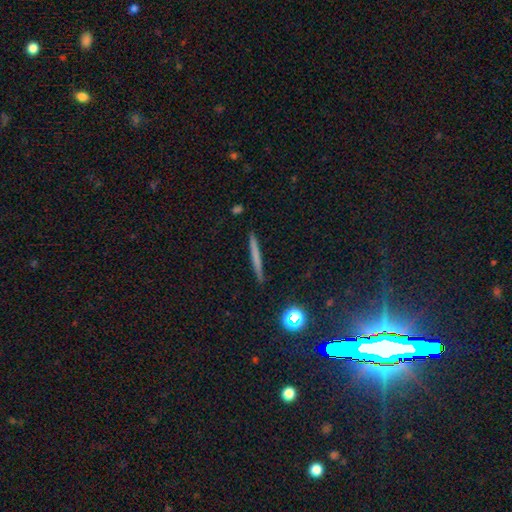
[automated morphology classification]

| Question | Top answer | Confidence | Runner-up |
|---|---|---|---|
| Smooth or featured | smooth | 56% | featured or disk (34%) |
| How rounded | cigar-shaped | 95% | in between (3%) |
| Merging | none | 91% | minor disturbance (6%) |